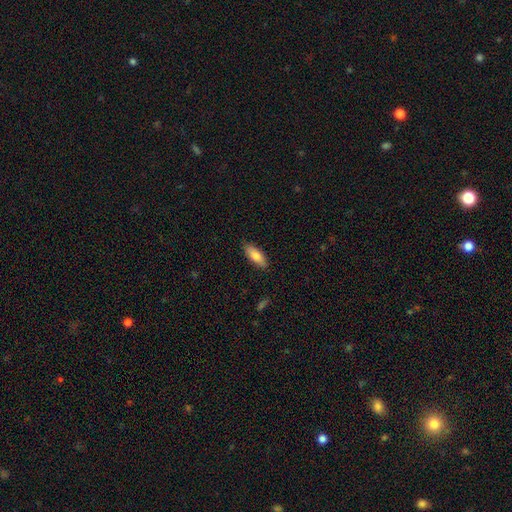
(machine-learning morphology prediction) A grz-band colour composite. It shows a smooth galaxy with no disk features (81%) that is in between round and cigar-shaped (72%). Merging: none (87%).